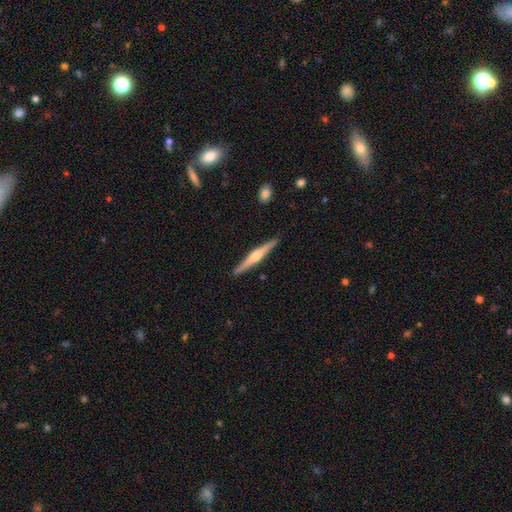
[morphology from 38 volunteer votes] smooth_or_featured: featured or disk (p=0.58) [alt: smooth p=0.37]
disk_edge_on: yes (p=1.00)
edge_on_bulge: rounded (p=0.82) [alt: boxy p=0.09]
merging: none (p=0.83) [alt: merger p=0.08]